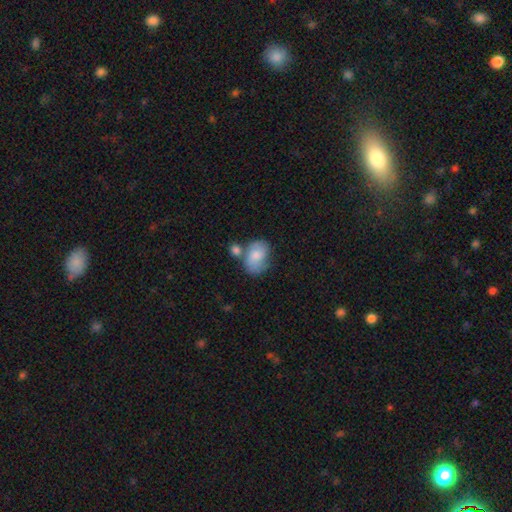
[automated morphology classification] A smooth galaxy with no disk features (71%) that is in between round and cigar-shaped (78%).

Vote fractions:
- Smooth or featured? smooth: 71% / featured or disk: 22% / star or artifact: 7%
- How rounded? in between: 78% / round: 21% / cigar-shaped: 1%
- Merging? none: 37% / merger: 29% / minor disturbance: 24% / major disturbance: 10%